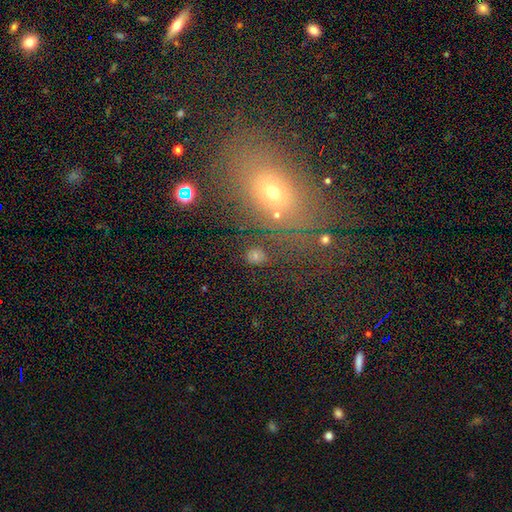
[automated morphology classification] A smooth galaxy with no disk features (64%) that is round (66%).

Vote fractions:
- Smooth or featured? smooth: 64% / star or artifact: 20% / featured or disk: 16%
- How rounded? round: 66% / in between: 33% / cigar-shaped: 2%
- Merging? none: 77% / minor disturbance: 12% / major disturbance: 6% / merger: 5%